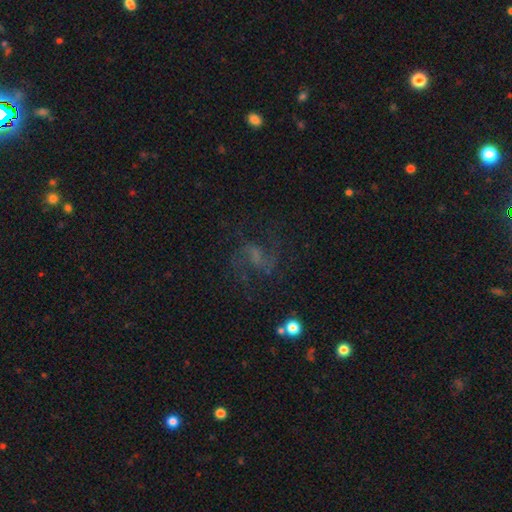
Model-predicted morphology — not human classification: featured or disk 62%, star or artifact 19%, smooth 18%. Down the decision tree: edge-on disk — no (97%); bar — weak (46%); spiral arms — yes (86%); spiral arm count — 2 (75%); spiral winding — loose (47%); bulge size — none (50%); merging — none (63%).